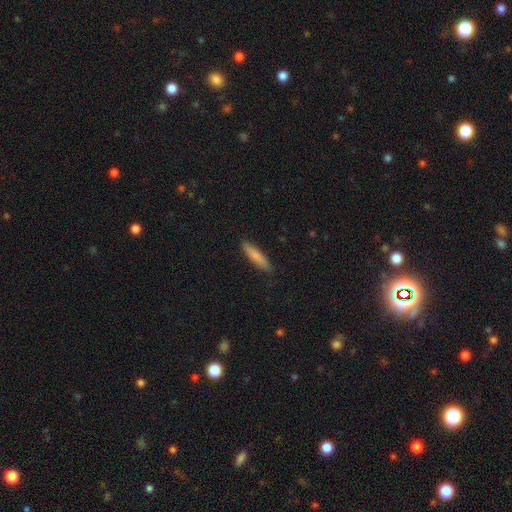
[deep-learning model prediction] Smooth or featured? smooth (81%)
How rounded? cigar-shaped (84%)
Merging? none (89%)